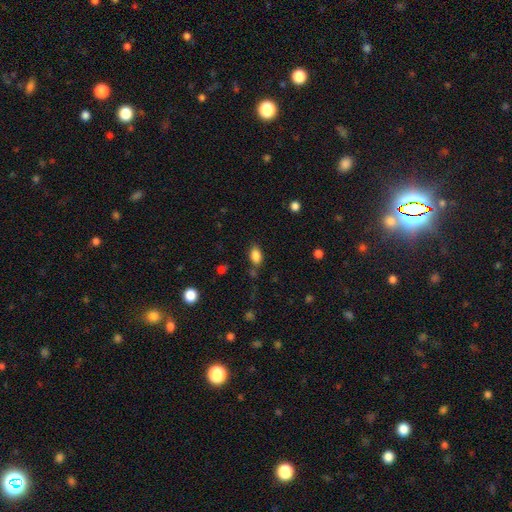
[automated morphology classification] smooth 86%, star or artifact 10%, featured or disk 4%. Down the decision tree: how rounded — in between (89%); merging — none (75%).